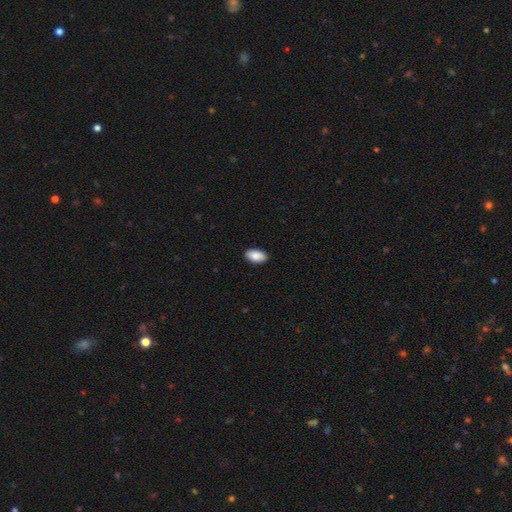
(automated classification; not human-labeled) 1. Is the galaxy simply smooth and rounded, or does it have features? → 88% smooth, 6% star or artifact, 5% featured or disk.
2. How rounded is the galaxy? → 94% in between, 5% round, 1% cigar-shaped.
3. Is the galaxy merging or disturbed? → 90% none, 8% minor disturbance, 2% major disturbance, 1% merger.